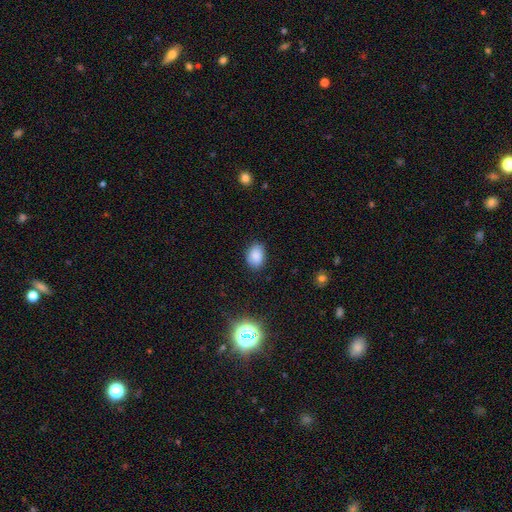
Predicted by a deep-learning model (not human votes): Overall: smooth (85%). How rounded: in between (79%). Merging: none (81%).